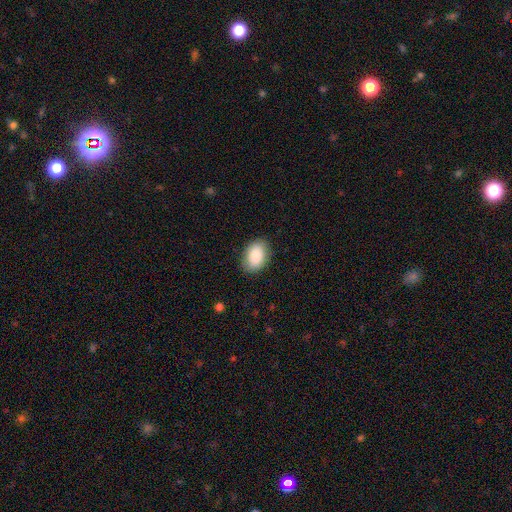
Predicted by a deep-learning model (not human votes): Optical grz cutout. It shows a smooth galaxy with no disk features (86%) that is in between round and cigar-shaped (86%). Merging: none (86%).